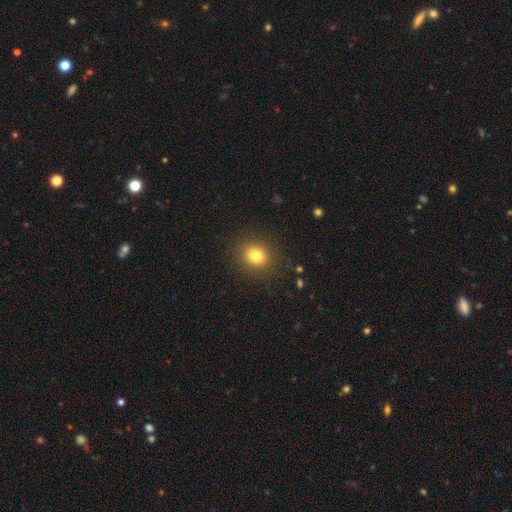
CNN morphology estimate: Smooth or featured: smooth — 80% (star or artifact — 12%)
How rounded: round — 69% (in between — 30%)
Merging: none — 88% (minor disturbance — 8%)